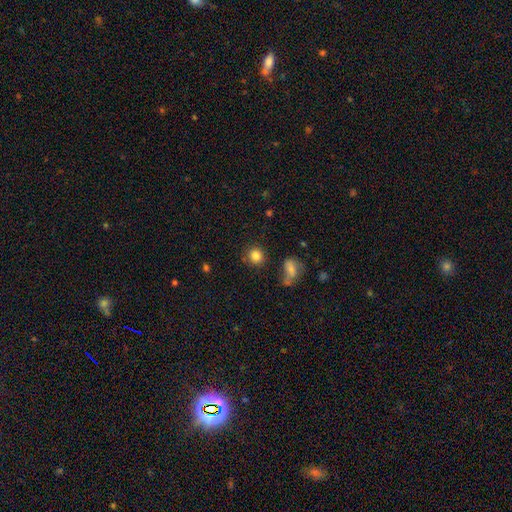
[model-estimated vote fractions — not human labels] A smooth galaxy with no disk features (84%) that is round (87%).

Vote fractions:
- Smooth or featured? smooth: 84% / star or artifact: 11% / featured or disk: 5%
- How rounded? round: 87% / in between: 12% / cigar-shaped: 1%
- Merging? none: 83% / minor disturbance: 9% / merger: 4% / major disturbance: 4%